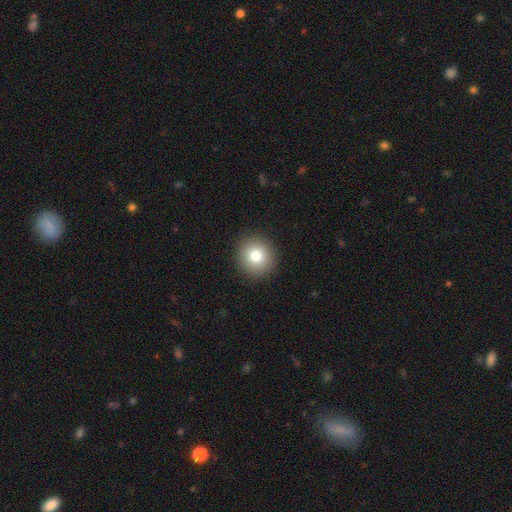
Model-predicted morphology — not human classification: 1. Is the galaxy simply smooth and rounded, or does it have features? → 80% smooth, 11% star or artifact, 10% featured or disk.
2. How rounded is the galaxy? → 93% round, 6% in between, 1% cigar-shaped.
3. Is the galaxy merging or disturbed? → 92% none, 5% minor disturbance, 2% major disturbance, 1% merger.